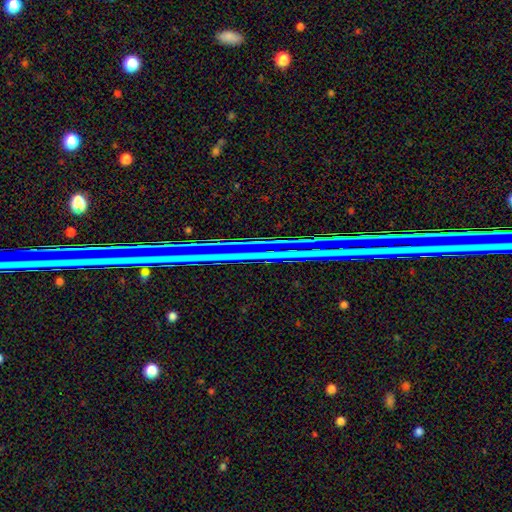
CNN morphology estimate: Smooth or featured?
  - star or artifact: 75% *
  - featured or disk: 15%
  - smooth: 10%